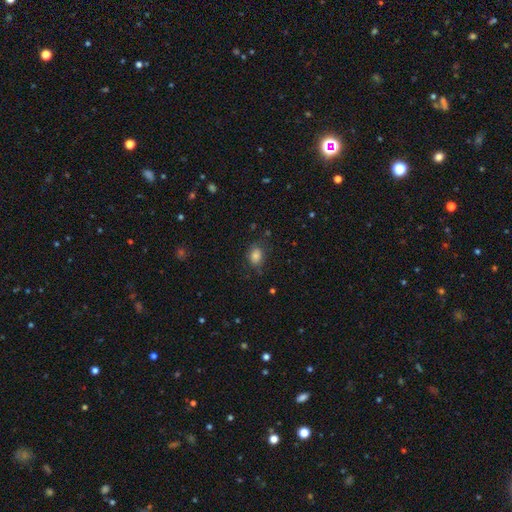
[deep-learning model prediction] The model was most divided on "how rounded": in between: 69%, round: 30%, cigar-shaped: 1%. More confident: smooth or featured — smooth (82%); merging — none (71%).